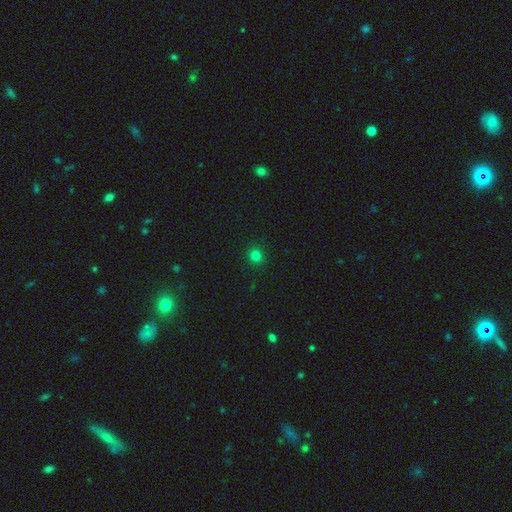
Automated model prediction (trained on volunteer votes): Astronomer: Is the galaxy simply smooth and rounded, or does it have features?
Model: smooth — 80%.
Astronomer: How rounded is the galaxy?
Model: round — 92%.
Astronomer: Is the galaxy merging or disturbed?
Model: none — 92%.